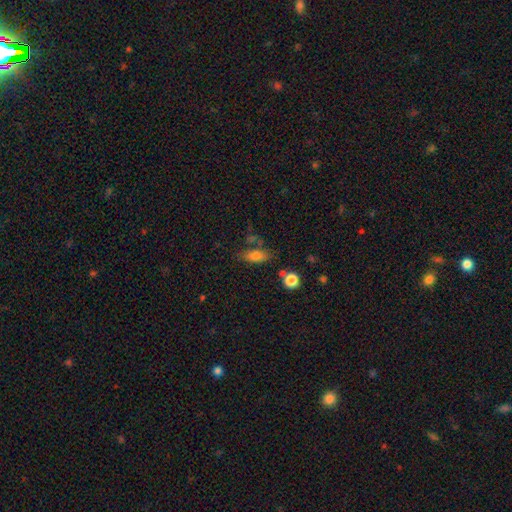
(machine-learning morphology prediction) The model was most divided on "merging": none: 60%, minor disturbance: 19%, merger: 13%, major disturbance: 8%. More confident: smooth or featured — smooth (77%); how rounded — in between (74%).